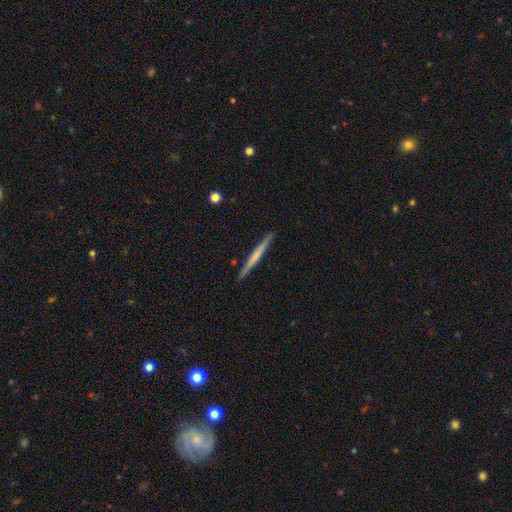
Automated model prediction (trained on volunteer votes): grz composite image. It shows a smooth galaxy with no disk features (49%). Merging: none (92%).